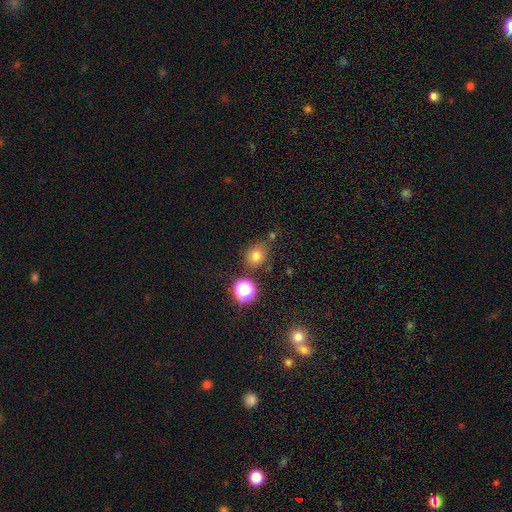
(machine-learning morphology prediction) Q: Smooth or featured?
A: smooth (75%); runner-up: star or artifact (18%)
Q: How rounded?
A: round (79%); runner-up: in between (20%)
Q: Merging?
A: none (72%); runner-up: minor disturbance (15%)